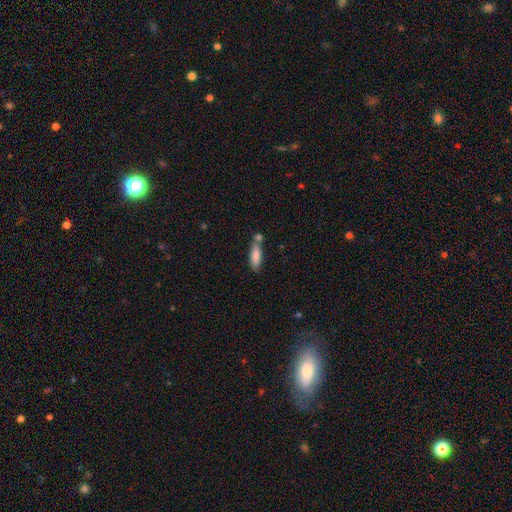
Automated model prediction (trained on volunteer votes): smooth_or_featured: smooth (p=0.81) [alt: featured or disk p=0.13]
how_rounded: in between (p=0.51) [alt: cigar-shaped p=0.47]
merging: none (p=0.56) [alt: merger p=0.24]